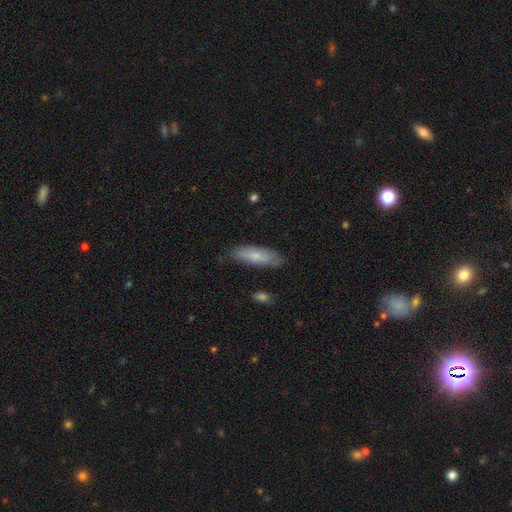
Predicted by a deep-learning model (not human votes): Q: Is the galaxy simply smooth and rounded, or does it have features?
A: smooth — 73%.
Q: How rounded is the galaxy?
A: in between — 51%.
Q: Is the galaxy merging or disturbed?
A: none — 81%.